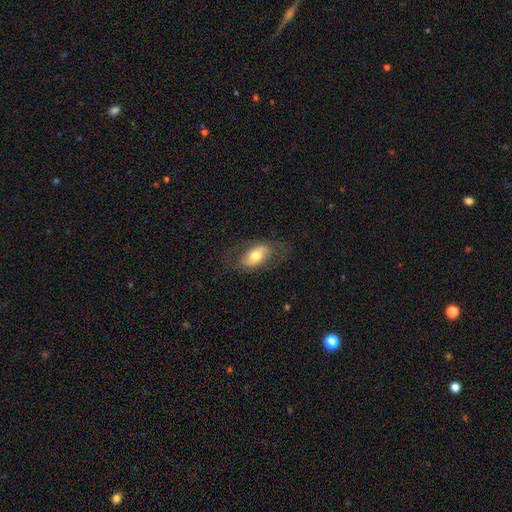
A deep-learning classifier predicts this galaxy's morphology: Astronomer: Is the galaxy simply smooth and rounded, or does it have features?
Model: smooth — 48% (runner-up: featured or disk, 45%).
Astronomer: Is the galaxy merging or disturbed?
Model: none — 70%.